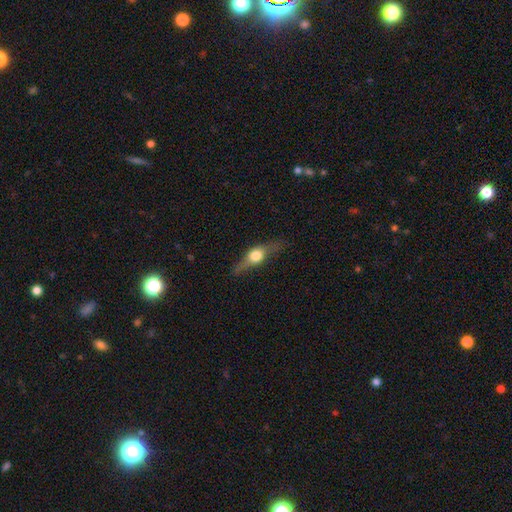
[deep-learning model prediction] Smooth or featured?
  - featured or disk: 62% *
  - smooth: 31%
  - star or artifact: 8%
Edge-on disk?
  - yes: 93% *
  - no: 7%
Edge-on bulge?
  - rounded: 95% *
  - boxy: 3%
  - none: 1%
Merging?
  - none: 77% *
  - minor disturbance: 16%
  - major disturbance: 6%
  - merger: 2%